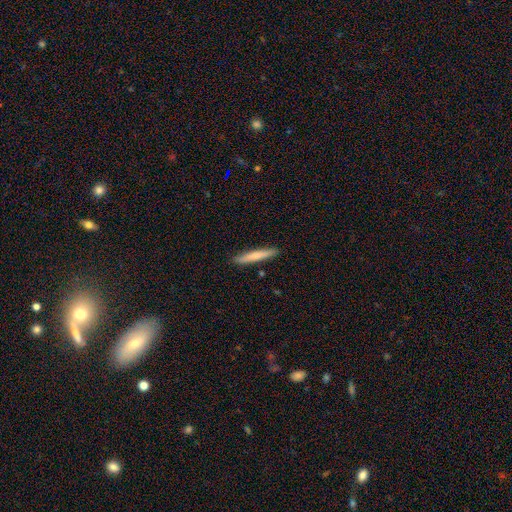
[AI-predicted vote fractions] Smooth or featured?
  - smooth: 75% *
  - featured or disk: 20%
  - star or artifact: 5%
How rounded?
  - cigar-shaped: 95% *
  - in between: 4%
  - round: 1%
Merging?
  - none: 90% *
  - minor disturbance: 7%
  - major disturbance: 1%
  - merger: 1%